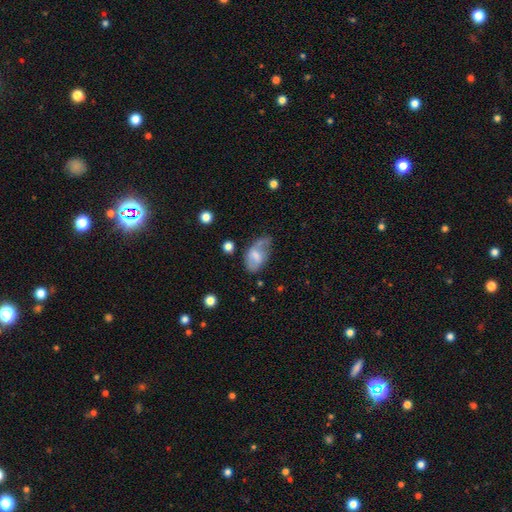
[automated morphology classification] Smooth or featured? smooth (54%)
How rounded? in between (90%)
Merging? none (41%)